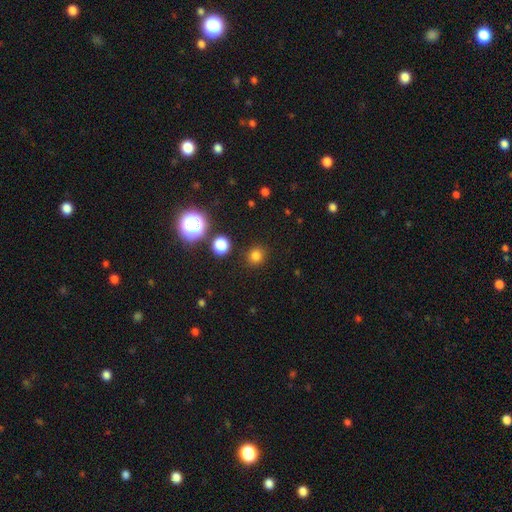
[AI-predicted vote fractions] smooth-or-featured: smooth: 78% | star or artifact: 17% | featured or disk: 4%
  how-rounded: round: 90% | in between: 9% | cigar-shaped: 1%
  merging: none: 89% | minor disturbance: 6% | major disturbance: 2% | merger: 2%